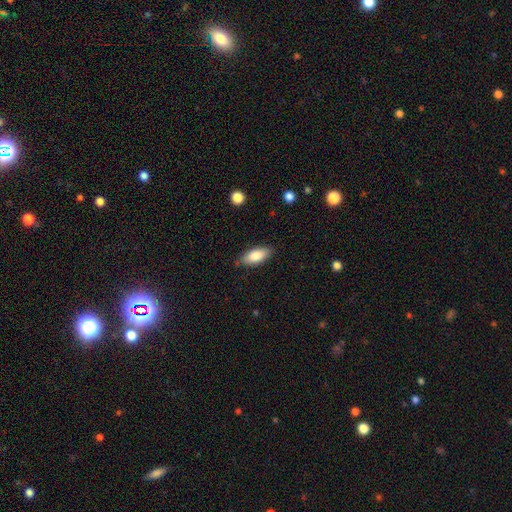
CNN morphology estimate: Q: Smooth or featured?
A: smooth (83%); runner-up: featured or disk (10%)
Q: How rounded?
A: in between (85%); runner-up: cigar-shaped (13%)
Q: Merging?
A: none (84%); runner-up: minor disturbance (13%)